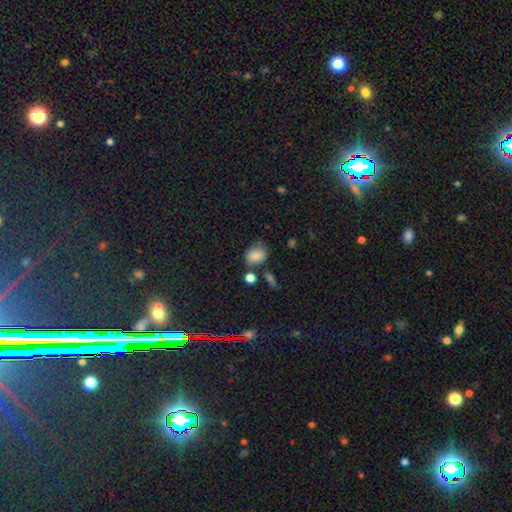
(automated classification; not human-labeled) Morphology: type=smooth (82%); roundness=in between (60%); merging=none (61%).